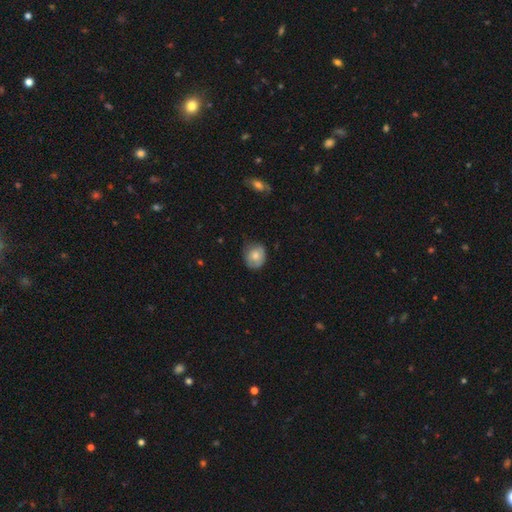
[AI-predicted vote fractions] This appears to be a smooth galaxy with no disk features (74%) that is round (65%). Merging: none (65%).